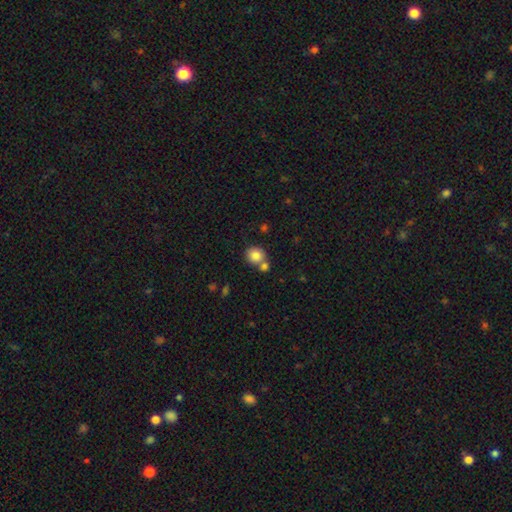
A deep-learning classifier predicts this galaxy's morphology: type=smooth (84%); roundness=round (82%); merging=none (54%).